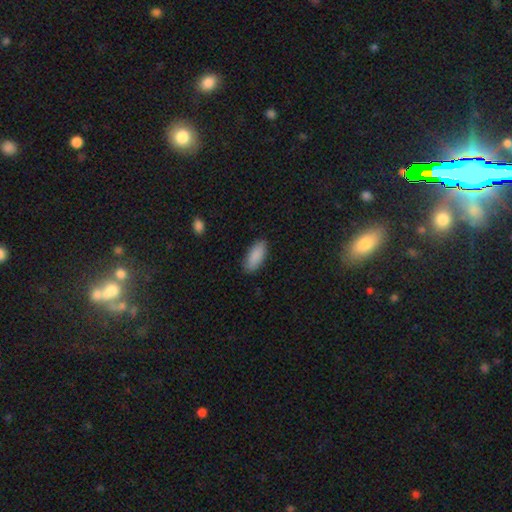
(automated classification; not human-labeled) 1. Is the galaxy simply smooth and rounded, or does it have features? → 90% smooth, 6% star or artifact, 4% featured or disk.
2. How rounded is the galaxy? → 83% in between, 15% cigar-shaped, 2% round.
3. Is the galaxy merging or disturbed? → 87% none, 10% minor disturbance, 2% major disturbance, 1% merger.